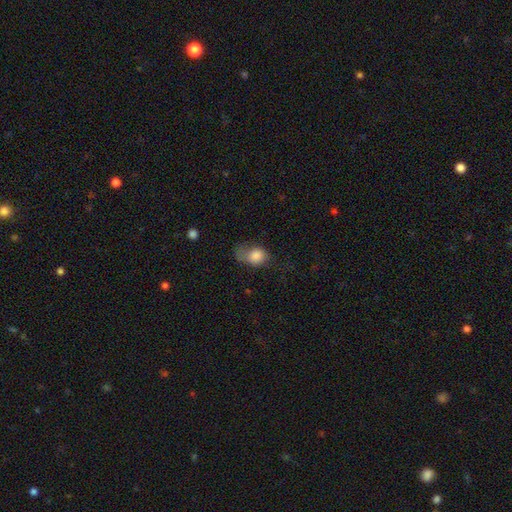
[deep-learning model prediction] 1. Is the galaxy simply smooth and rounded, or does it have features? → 80% smooth, 11% featured or disk, 9% star or artifact.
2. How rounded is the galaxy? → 56% in between, 42% round, 2% cigar-shaped.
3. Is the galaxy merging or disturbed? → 36% major disturbance, 31% minor disturbance, 29% none, 4% merger.